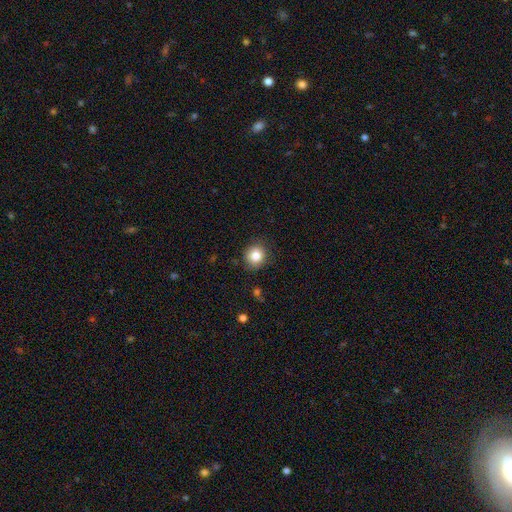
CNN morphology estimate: Overall: smooth (84%). How rounded: round (88%). Merging: none (86%).